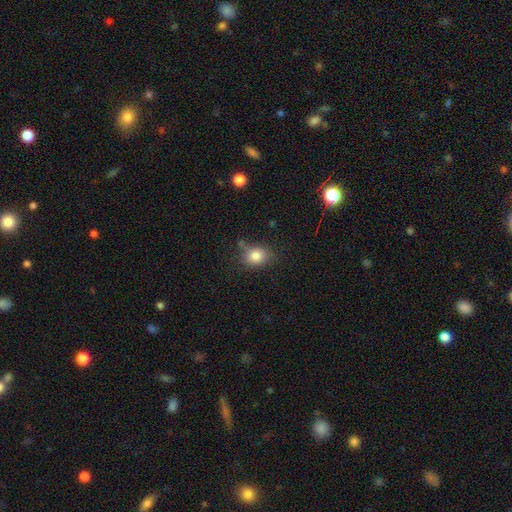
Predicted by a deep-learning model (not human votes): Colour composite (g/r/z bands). It shows a smooth galaxy with no disk features (82%) that is round (59%). Merging: none (68%).